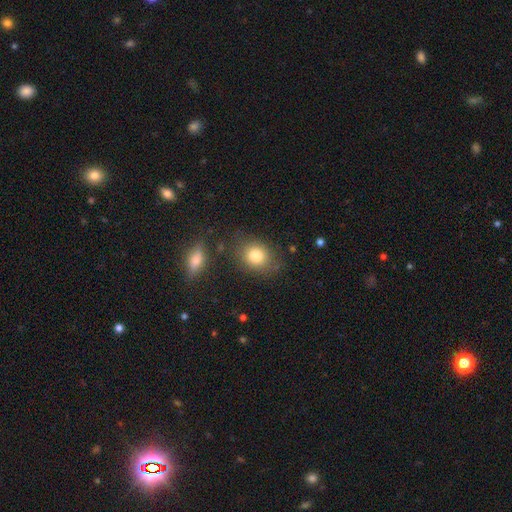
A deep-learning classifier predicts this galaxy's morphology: The model was most divided on "how rounded": round: 57%, in between: 42%, cigar-shaped: 1%. More confident: smooth or featured — smooth (81%); merging — none (76%).